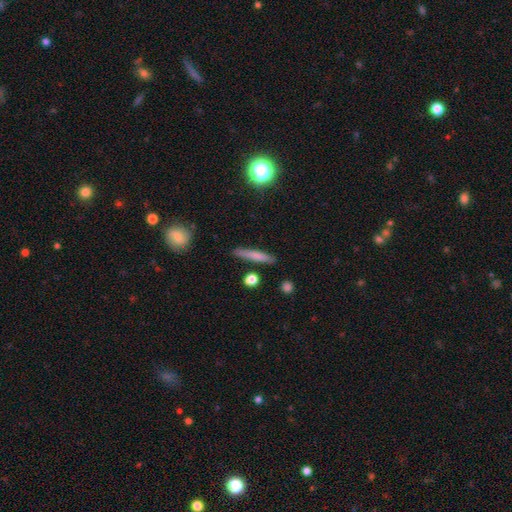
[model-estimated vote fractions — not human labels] Overall: smooth (70%). How rounded: cigar-shaped (92%). Merging: none (85%).